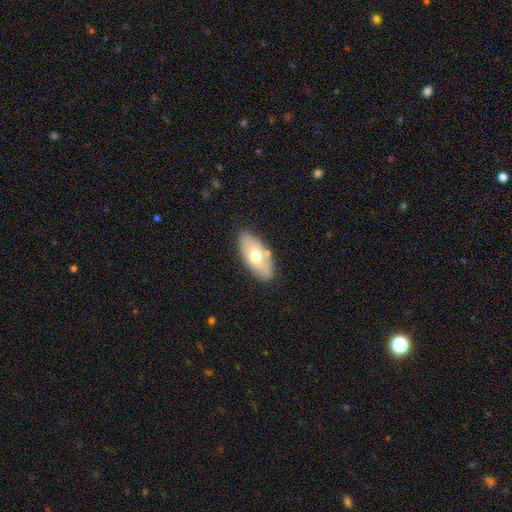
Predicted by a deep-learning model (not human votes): smooth-or-featured: smooth: 61% | featured or disk: 33% | star or artifact: 6%
  how-rounded: in between: 89% | cigar-shaped: 8% | round: 3%
  merging: none: 78% | minor disturbance: 13% | merger: 7% | major disturbance: 3%